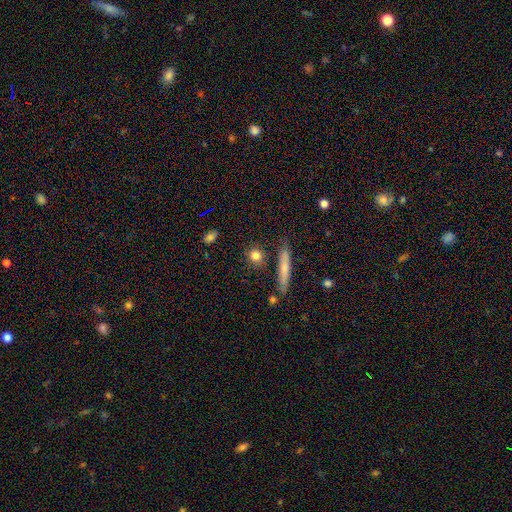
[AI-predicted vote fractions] Smooth or featured: smooth — 80% (featured or disk — 11%)
How rounded: round — 64% (in between — 20%)
Merging: none — 82% (minor disturbance — 10%)